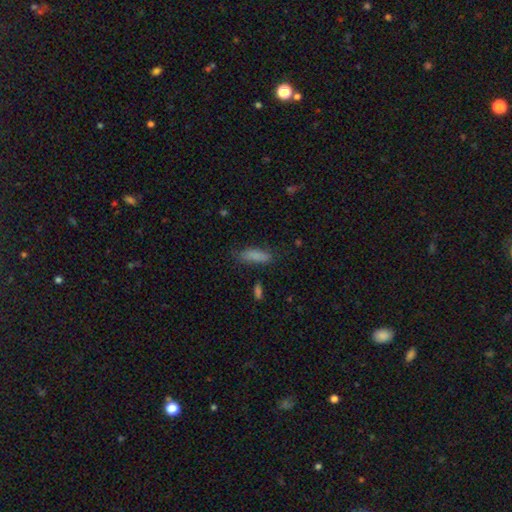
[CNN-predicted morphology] Smooth or featured? smooth (84%)
How rounded? cigar-shaped (50%)
Merging? none (74%)